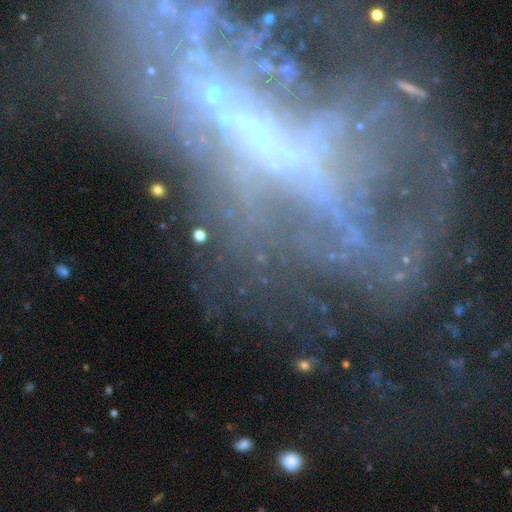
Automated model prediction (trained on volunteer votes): Smooth or featured?
  - featured or disk: 55% *
  - star or artifact: 31%
  - smooth: 14%
Edge-on disk?
  - no: 87% *
  - yes: 13%
Merging?
  - none: 46% *
  - major disturbance: 31%
  - minor disturbance: 15%
  - merger: 8%